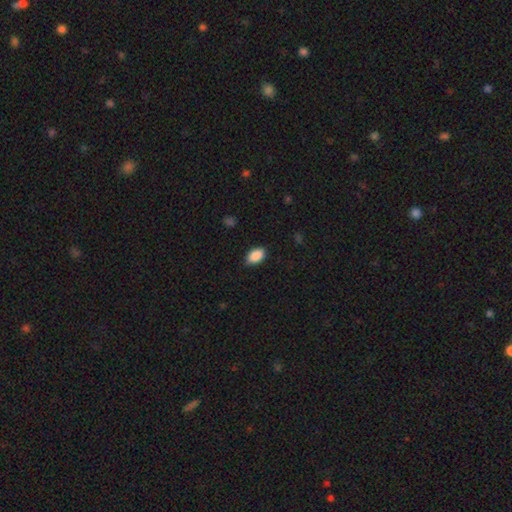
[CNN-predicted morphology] smooth_or_featured: smooth (p=0.90) [alt: star or artifact p=0.07]
how_rounded: in between (p=0.92) [alt: round p=0.07]
merging: none (p=0.84) [alt: minor disturbance p=0.13]